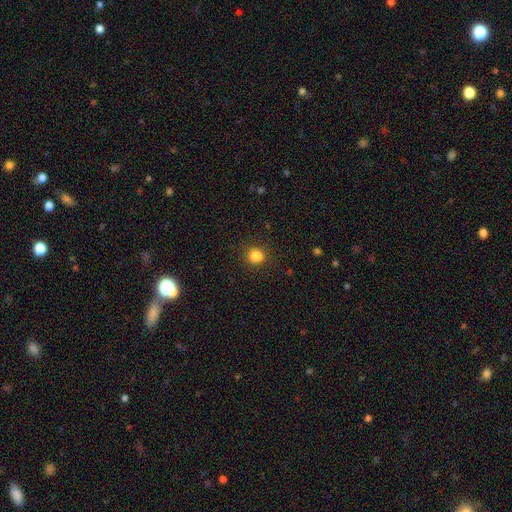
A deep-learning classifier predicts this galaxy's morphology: smooth_or_featured: smooth (p=0.84) [alt: star or artifact p=0.12]
how_rounded: round (p=0.79) [alt: in between p=0.20]
merging: none (p=0.86) [alt: minor disturbance p=0.09]